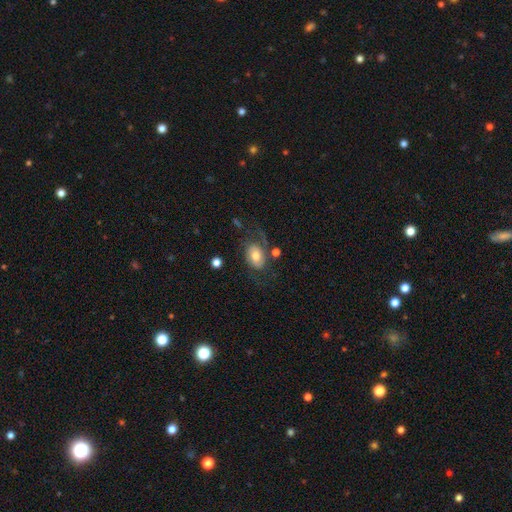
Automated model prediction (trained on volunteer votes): Q: Smooth or featured?
A: featured or disk (50%); runner-up: smooth (40%)
Q: Edge-on disk?
A: no (96%); runner-up: yes (4%)
Q: Merging?
A: none (51%); runner-up: major disturbance (23%)